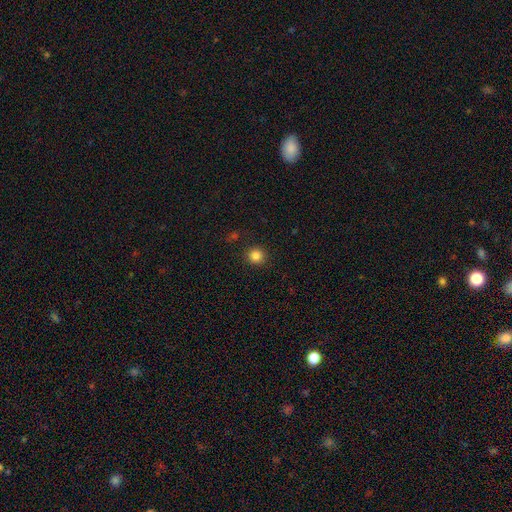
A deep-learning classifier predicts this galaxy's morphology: The model was most divided on "smooth or featured": smooth: 84%, star or artifact: 12%, featured or disk: 4%. More confident: how rounded — round (92%); merging — none (90%).